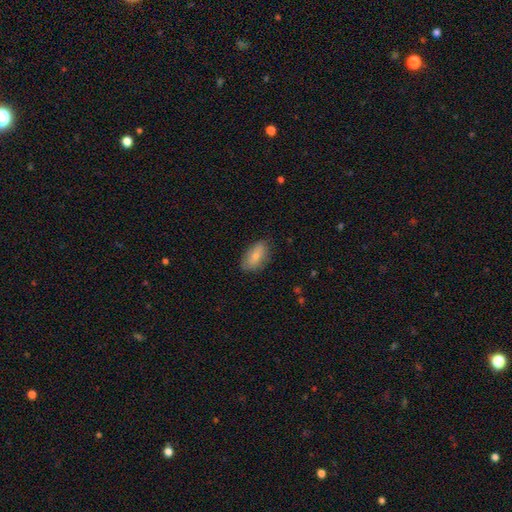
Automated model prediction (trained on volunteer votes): Smooth or featured? Predicted: smooth (p=0.77). How rounded? Predicted: in between (p=0.91). Merging? Predicted: none (p=0.80).